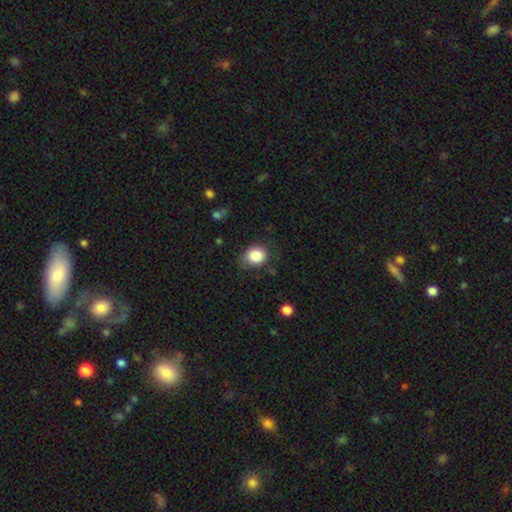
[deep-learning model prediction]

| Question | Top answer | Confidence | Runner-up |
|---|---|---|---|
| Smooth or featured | smooth | 84% | star or artifact (9%) |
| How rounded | round | 65% | in between (34%) |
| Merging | none | 73% | minor disturbance (20%) |